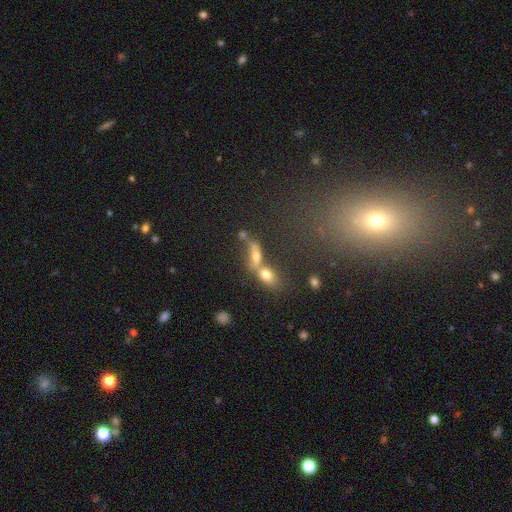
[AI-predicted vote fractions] This is likely a smooth galaxy (61%). How rounded: likely in between (67%). Merging: possibly merger (57%).